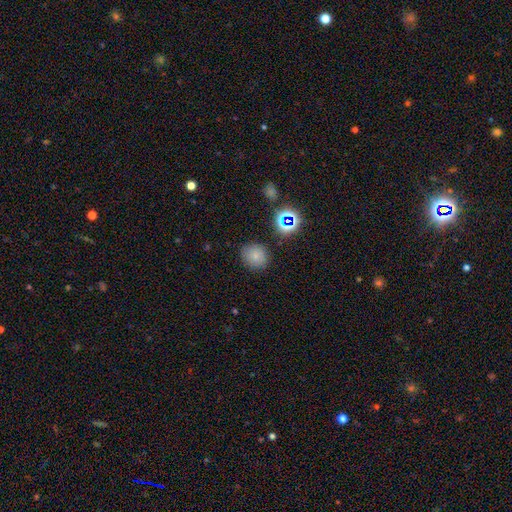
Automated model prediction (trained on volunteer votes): A smooth galaxy with no disk features (72%) that is round (81%). Merging: none (84%).